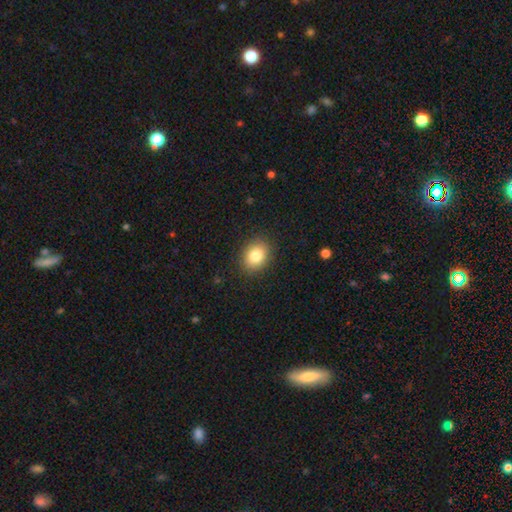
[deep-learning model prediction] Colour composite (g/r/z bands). It shows a smooth galaxy with no disk features (83%) that is in between round and cigar-shaped (52%). Merging: none (88%).